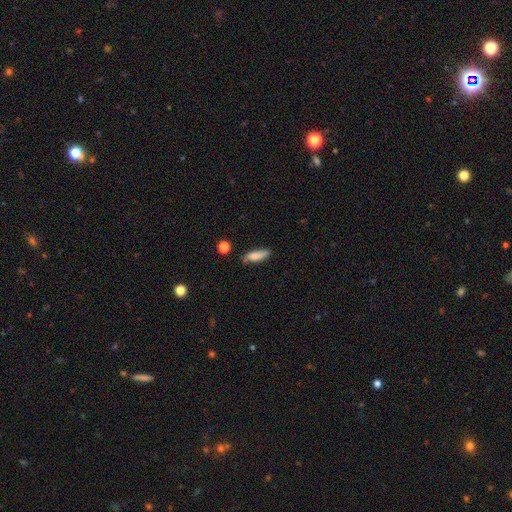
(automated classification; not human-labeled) smooth_or_featured: smooth (p=0.81) [alt: featured or disk p=0.11]
how_rounded: cigar-shaped (p=0.55) [alt: in between p=0.42]
merging: none (p=0.66) [alt: minor disturbance p=0.24]